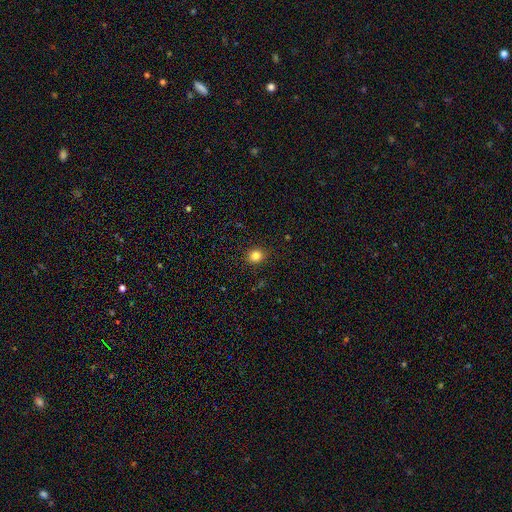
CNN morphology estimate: Smooth or featured?
  - smooth: 82% *
  - star or artifact: 12%
  - featured or disk: 5%
How rounded?
  - round: 74% *
  - in between: 25%
  - cigar-shaped: 1%
Merging?
  - none: 90% *
  - minor disturbance: 7%
  - major disturbance: 2%
  - merger: 1%